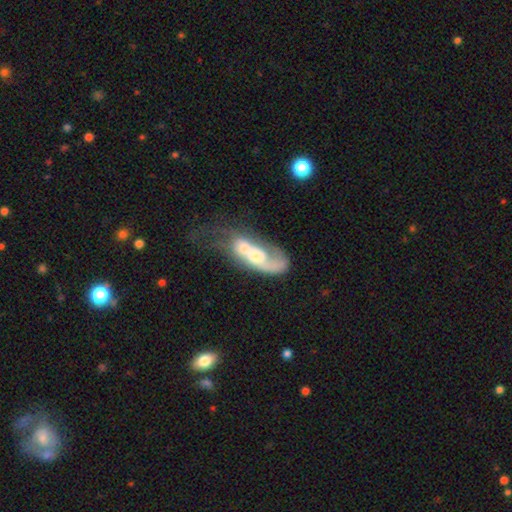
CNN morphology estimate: Overall: featured or disk (61%; smooth 32%). Edge-on disk: no (92%). Bar: no (72%). Spiral arms: yes (60%; no 40%). Bulge size: moderate (54%; small 22%). Merging: merger (57%; major disturbance 21%).